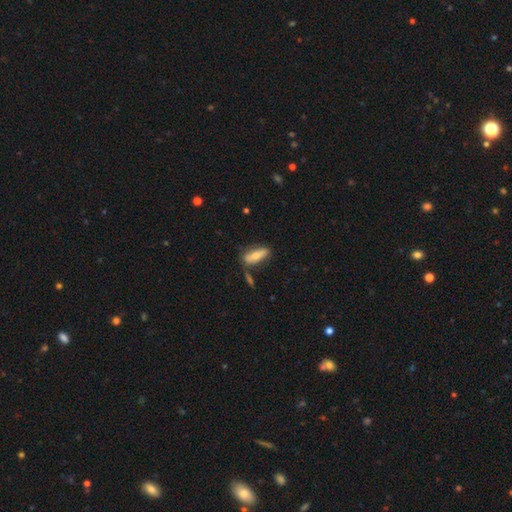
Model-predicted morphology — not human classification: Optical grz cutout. It shows a smooth galaxy with no disk features (69%) that is in between round and cigar-shaped (55%). Merging: none (66%).